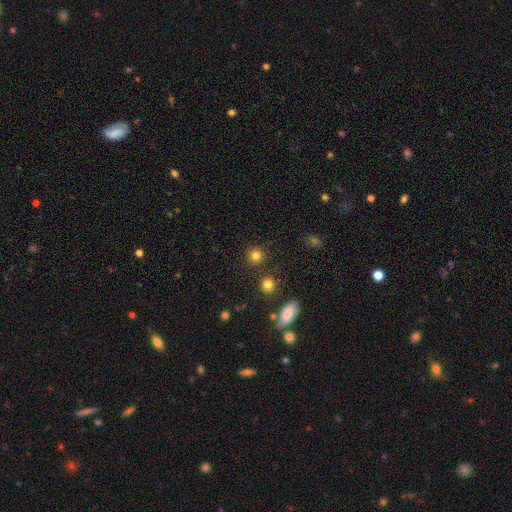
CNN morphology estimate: Smooth or featured? Predicted: smooth (p=0.81). How rounded? Predicted: round (p=0.93). Merging? Predicted: none (p=0.89).